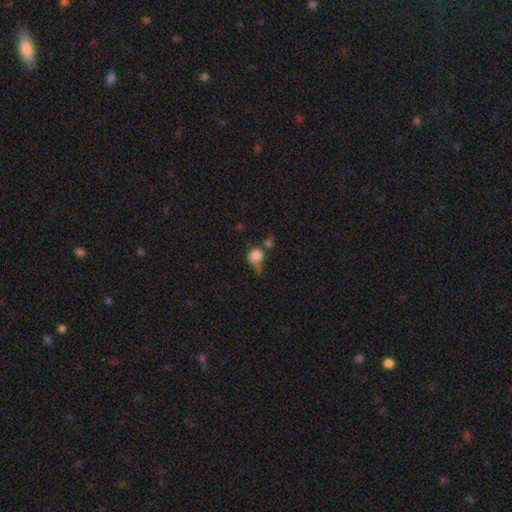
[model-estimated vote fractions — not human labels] smooth 80%, star or artifact 11%, featured or disk 10%. Down the decision tree: how rounded — round (79%); merging — none (34%).